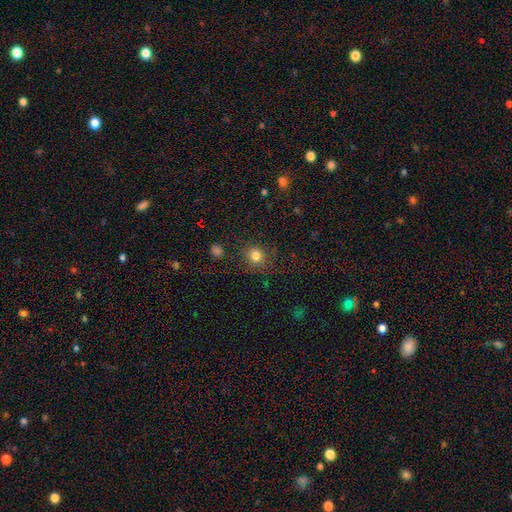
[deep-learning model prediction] smooth-or-featured: smooth: 81% | star or artifact: 14% | featured or disk: 6%
  how-rounded: round: 81% | in between: 18% | cigar-shaped: 1%
  merging: none: 83% | minor disturbance: 11% | major disturbance: 4% | merger: 2%